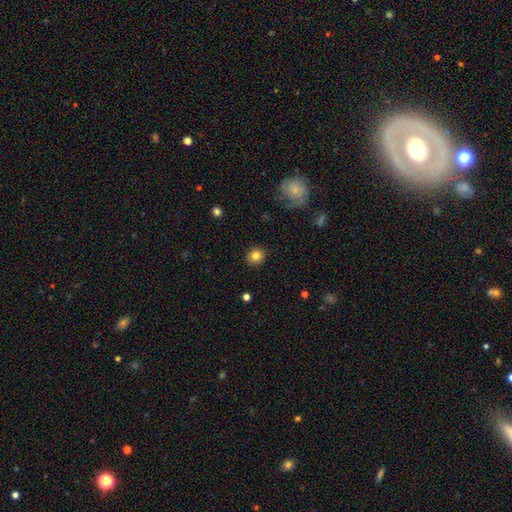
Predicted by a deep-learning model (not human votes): smooth 82%, star or artifact 10%, featured or disk 8%. Down the decision tree: how rounded — round (82%); merging — none (90%).